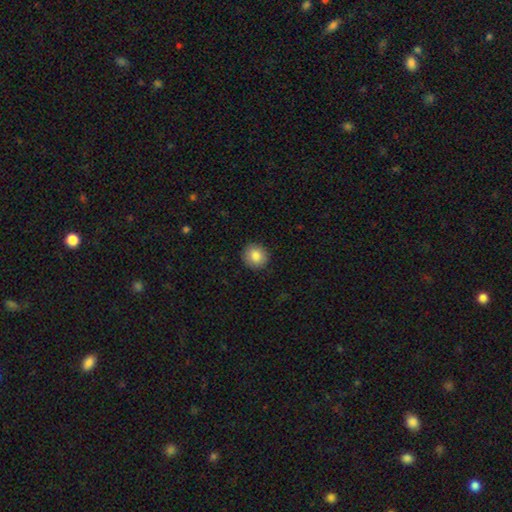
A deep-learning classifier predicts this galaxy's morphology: A smooth galaxy with no disk features (86%) that is round (86%). Merging: none (90%).